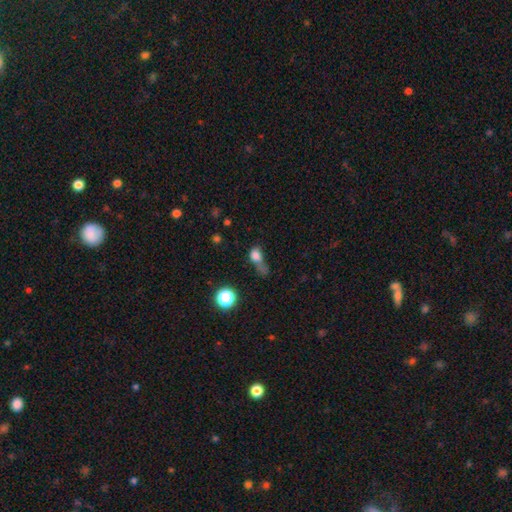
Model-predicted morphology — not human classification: smooth_or_featured: smooth (p=0.73) [alt: star or artifact p=0.15]
how_rounded: in between (p=0.51) [alt: round p=0.44]
merging: major disturbance (p=0.32) [alt: none p=0.25]